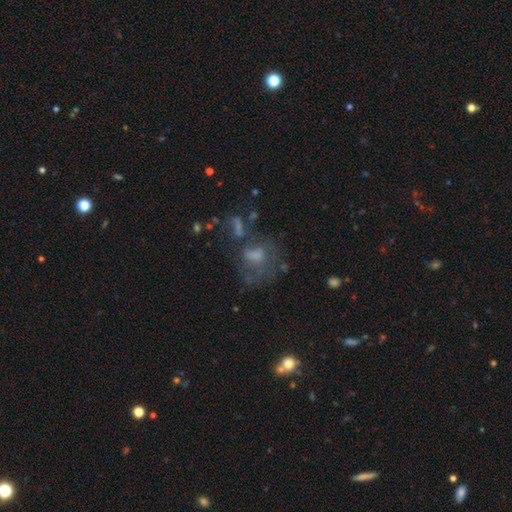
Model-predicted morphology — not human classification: Overall: featured or disk (42%; smooth 36%). Merging: none (37%; major disturbance 31%).